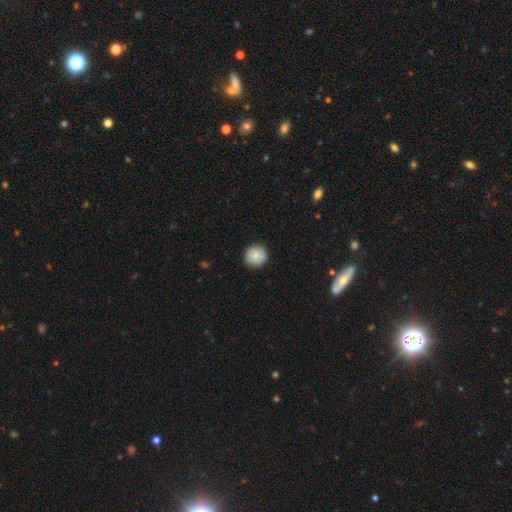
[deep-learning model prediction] Morphology: type=smooth (83%); roundness=round (92%); merging=none (88%).